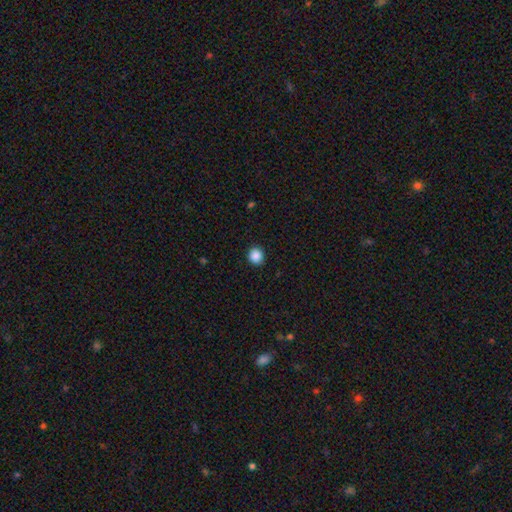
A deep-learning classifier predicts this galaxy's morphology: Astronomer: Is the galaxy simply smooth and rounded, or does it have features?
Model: smooth — 88%.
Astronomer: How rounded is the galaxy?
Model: round — 87%.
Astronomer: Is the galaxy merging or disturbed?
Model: none — 91%.